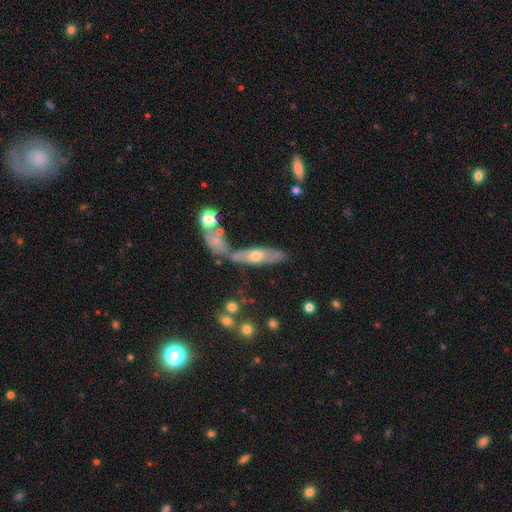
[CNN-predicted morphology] featured or disk 49%, smooth 44%, star or artifact 7%. Down the decision tree: merging — none (50%).